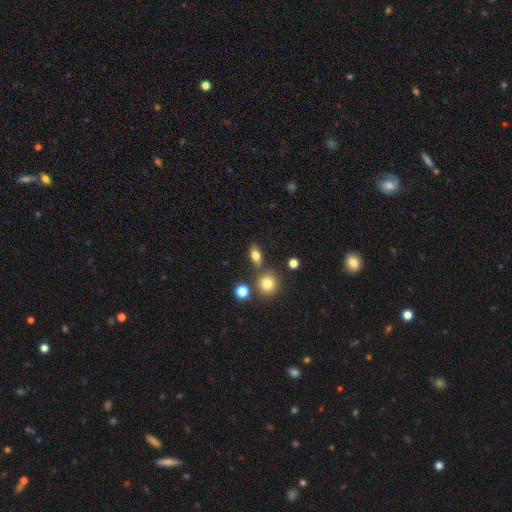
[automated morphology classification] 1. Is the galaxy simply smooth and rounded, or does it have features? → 72% smooth, 16% featured or disk, 12% star or artifact.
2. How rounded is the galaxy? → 69% in between, 20% round, 11% cigar-shaped.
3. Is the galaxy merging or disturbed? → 75% none, 11% minor disturbance, 10% merger, 4% major disturbance.